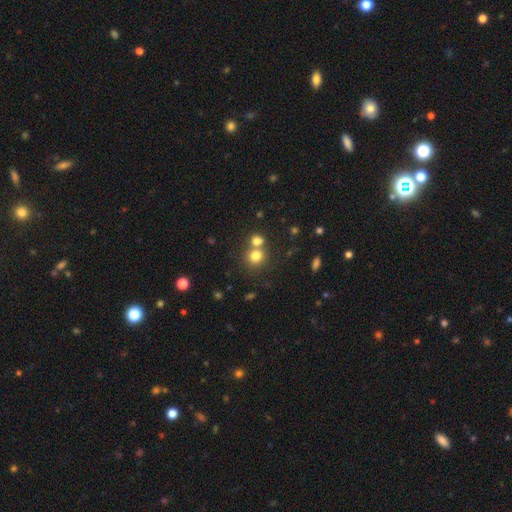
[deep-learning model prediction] Smooth or featured? smooth (77%)
How rounded? round (83%)
Merging? none (52%)